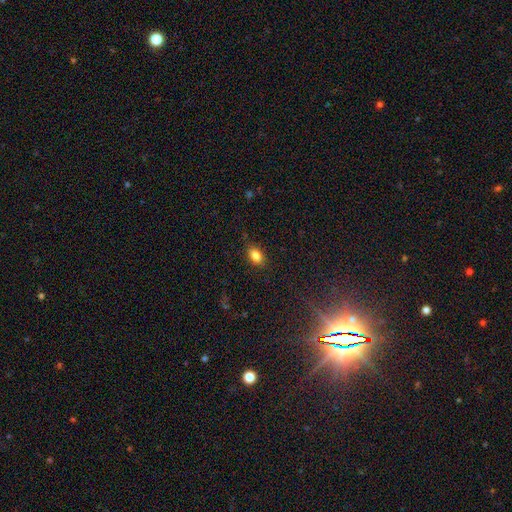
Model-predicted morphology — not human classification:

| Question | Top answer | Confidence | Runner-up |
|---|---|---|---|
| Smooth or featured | smooth | 84% | star or artifact (10%) |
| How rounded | in between | 82% | round (16%) |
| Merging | none | 83% | minor disturbance (13%) |